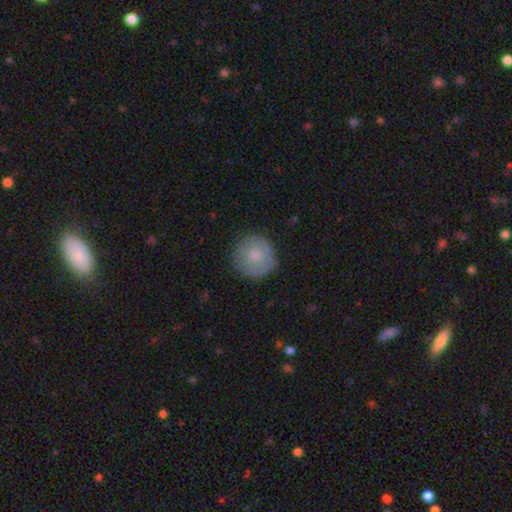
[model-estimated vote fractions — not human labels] smooth 77%, featured or disk 16%, star or artifact 7%. Down the decision tree: how rounded — round (94%); merging — none (84%).